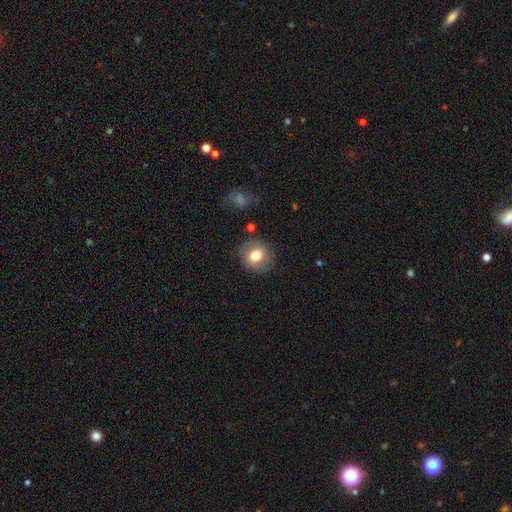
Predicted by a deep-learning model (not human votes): Morphology: type=smooth (72%); roundness=round (77%); merging=none (83%).